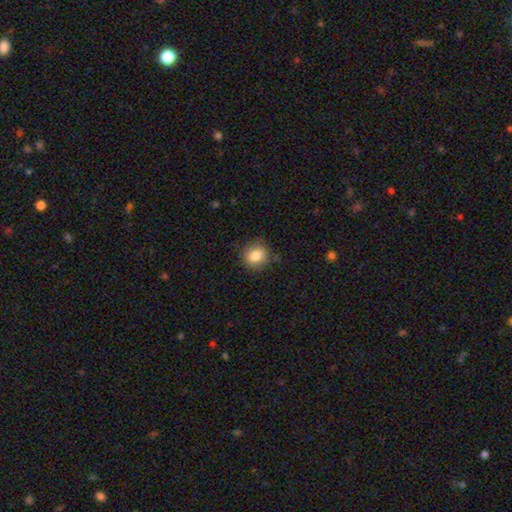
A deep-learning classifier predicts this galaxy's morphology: A smooth galaxy with no disk features (84%) that is round (73%). Merging: none (82%).